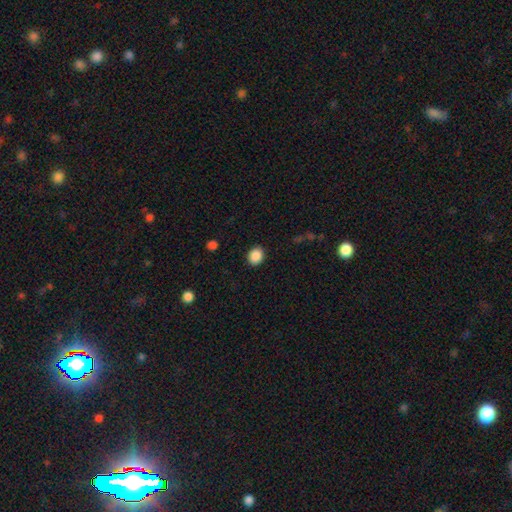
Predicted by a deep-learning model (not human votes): Smooth or featured?
  - smooth: 89% *
  - star or artifact: 9%
  - featured or disk: 3%
How rounded?
  - round: 56% *
  - in between: 43%
  - cigar-shaped: 1%
Merging?
  - none: 90% *
  - minor disturbance: 7%
  - major disturbance: 2%
  - merger: 1%